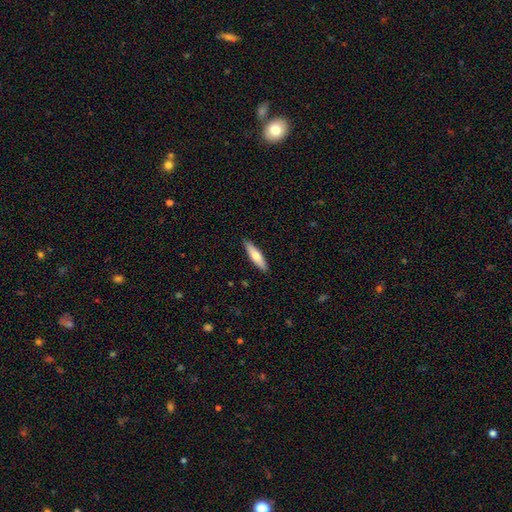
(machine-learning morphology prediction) Smooth or featured?
  - smooth: 62% *
  - featured or disk: 32%
  - star or artifact: 5%
How rounded?
  - cigar-shaped: 74% *
  - in between: 24%
  - round: 2%
Merging?
  - none: 90% *
  - minor disturbance: 7%
  - major disturbance: 1%
  - merger: 1%